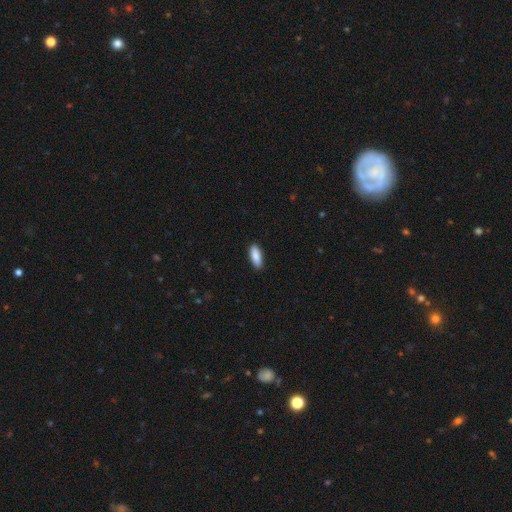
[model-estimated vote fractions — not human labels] A smooth galaxy with no disk features (89%) that is in between round and cigar-shaped (71%).

Vote fractions:
- Smooth or featured? smooth: 89% / featured or disk: 6% / star or artifact: 6%
- How rounded? in between: 71% / cigar-shaped: 27% / round: 2%
- Merging? none: 89% / minor disturbance: 8% / major disturbance: 2% / merger: 1%